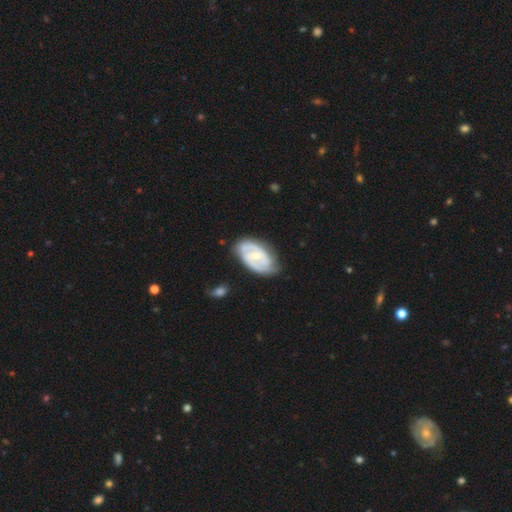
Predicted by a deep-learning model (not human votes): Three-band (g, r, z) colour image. It shows a featured or disk galaxy (82%) with no bar (46%), 2 (66%) tight (50%) spiral arms (92%) and a small central bulge (55%). Merging: none (69%).